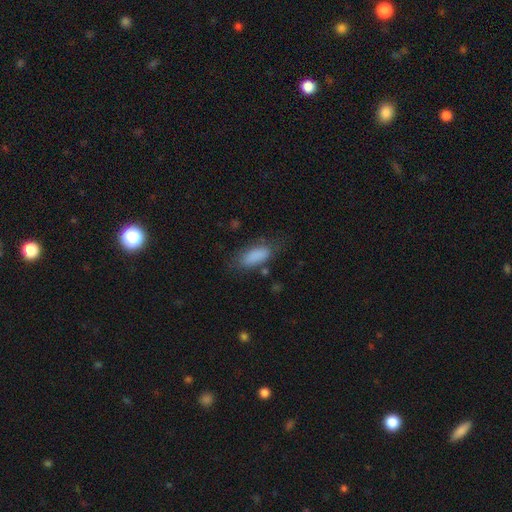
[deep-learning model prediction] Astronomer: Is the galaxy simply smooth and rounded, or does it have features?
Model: smooth — 85%.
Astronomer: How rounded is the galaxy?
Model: in between — 80%.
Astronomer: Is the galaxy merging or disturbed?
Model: none — 67%.